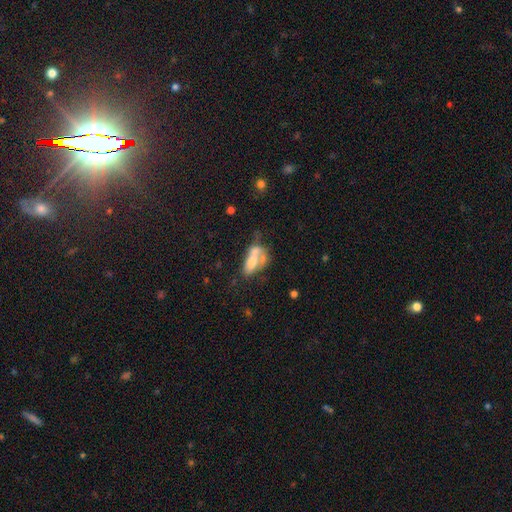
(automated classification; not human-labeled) This is possibly a smooth galaxy (55%). How rounded: clearly in between (84%). Merging: possibly merger (53%).